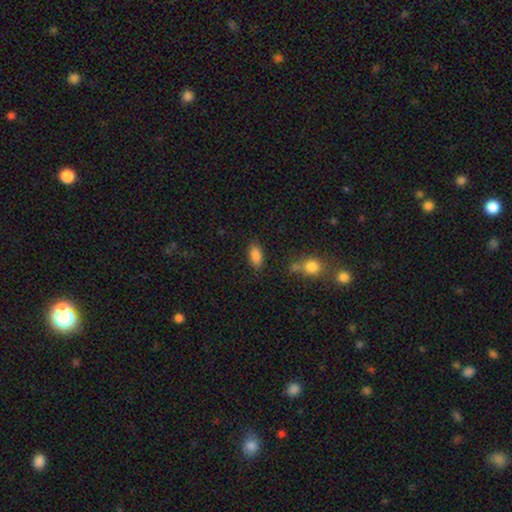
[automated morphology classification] A smooth galaxy with no disk features (87%) that is in between round and cigar-shaped (91%). Merging: none (80%).